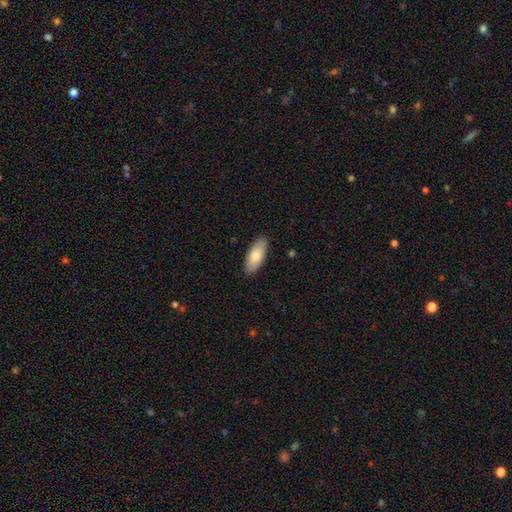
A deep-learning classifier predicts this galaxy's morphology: This appears to be a smooth galaxy with no disk features (79%) that is in between round and cigar-shaped (84%). Merging: none (88%).